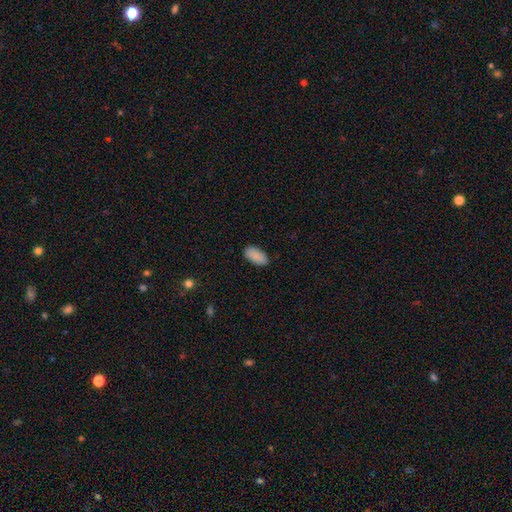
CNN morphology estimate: The model was most divided on "merging": none: 88%, minor disturbance: 9%, major disturbance: 2%, merger: 1%. More confident: how rounded — in between (95%); smooth or featured — smooth (90%).